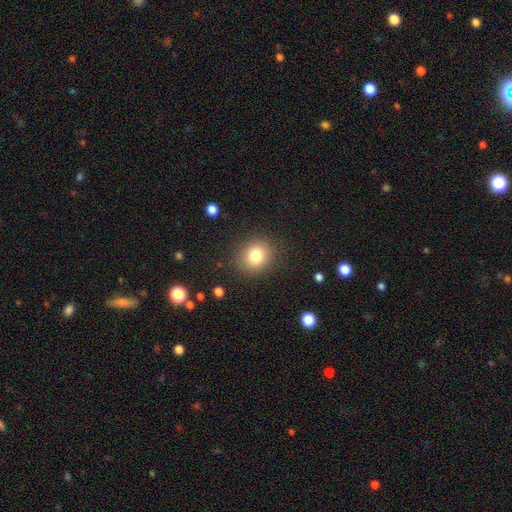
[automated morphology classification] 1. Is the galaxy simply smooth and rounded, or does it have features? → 81% smooth, 11% star or artifact, 8% featured or disk.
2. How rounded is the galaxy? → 76% round, 23% in between, 1% cigar-shaped.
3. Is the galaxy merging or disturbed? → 87% none, 8% minor disturbance, 3% major disturbance, 1% merger.